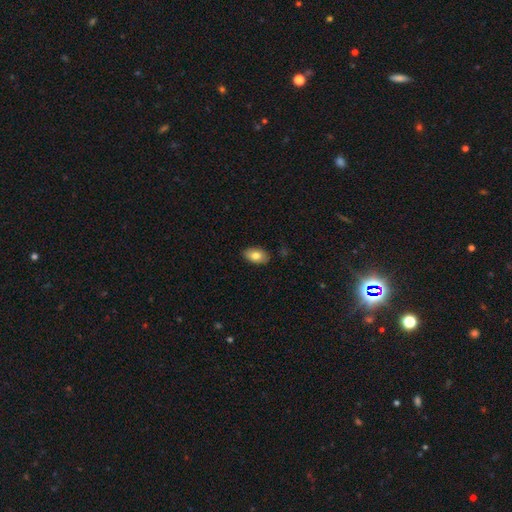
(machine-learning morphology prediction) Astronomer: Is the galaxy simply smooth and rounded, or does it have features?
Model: smooth — 79%.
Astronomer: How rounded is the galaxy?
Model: in between — 93%.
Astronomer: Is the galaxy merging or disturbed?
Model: none — 88%.